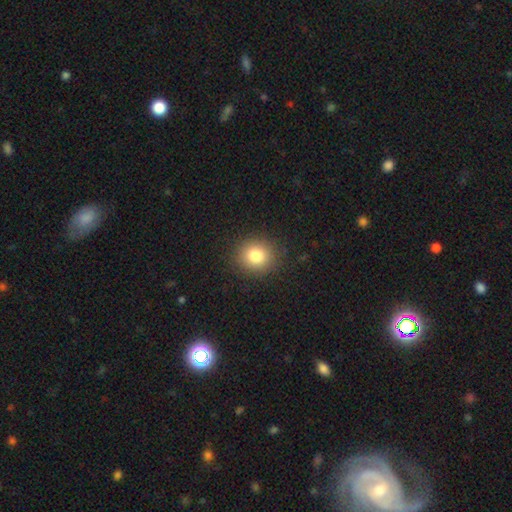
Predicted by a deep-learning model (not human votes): Overall: smooth (82%). How rounded: round (81%). Merging: none (89%).